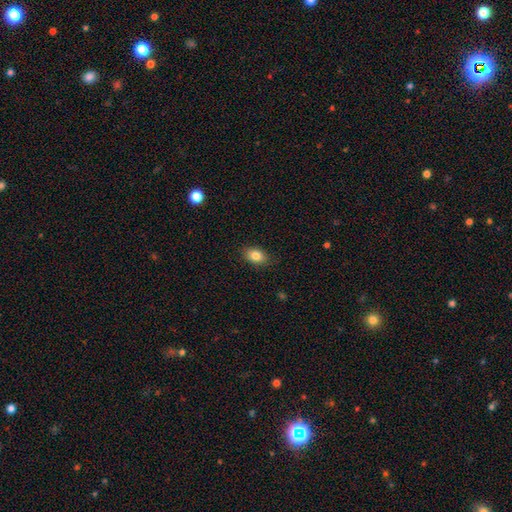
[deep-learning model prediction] This appears to be a smooth galaxy with no disk features (83%) that is in between round and cigar-shaped (81%). Merging: none (85%).